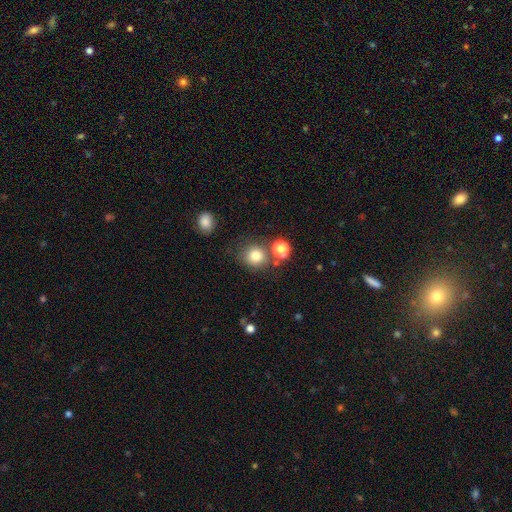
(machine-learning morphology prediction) Smooth or featured: smooth — 79% (star or artifact — 13%)
How rounded: round — 86% (in between — 14%)
Merging: none — 72% (merger — 13%)